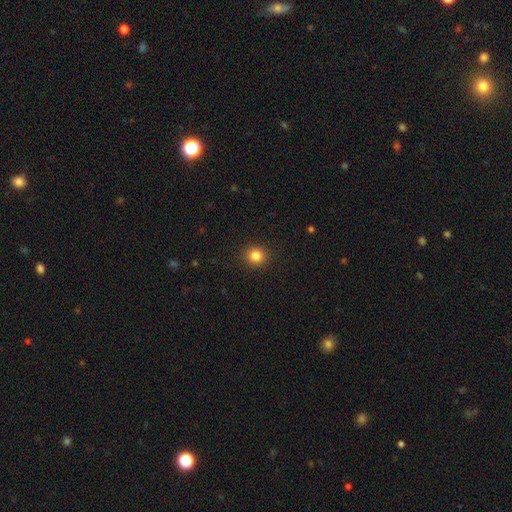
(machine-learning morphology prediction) Smooth or featured?
  - smooth: 84% *
  - star or artifact: 12%
  - featured or disk: 4%
How rounded?
  - round: 91% *
  - in between: 8%
  - cigar-shaped: 1%
Merging?
  - none: 92% *
  - minor disturbance: 5%
  - major disturbance: 2%
  - merger: 1%